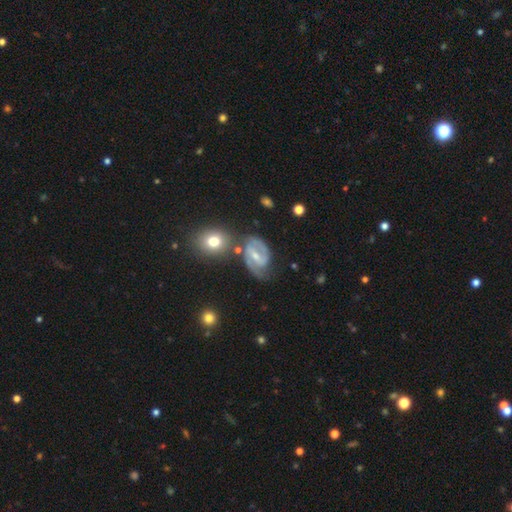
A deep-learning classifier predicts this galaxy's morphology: Smooth or featured: featured or disk — 80% (smooth — 13%)
Edge-on disk: no — 97% (yes — 3%)
Bar: weak — 48% (strong — 35%)
Spiral arms: yes — 92% (no — 8%)
Spiral winding: medium — 51% (tight — 33%)
Spiral arm count: 2 — 81% (can't tell — 8%)
Bulge size: small — 53% (moderate — 42%)
Merging: none — 60% (minor disturbance — 21%)